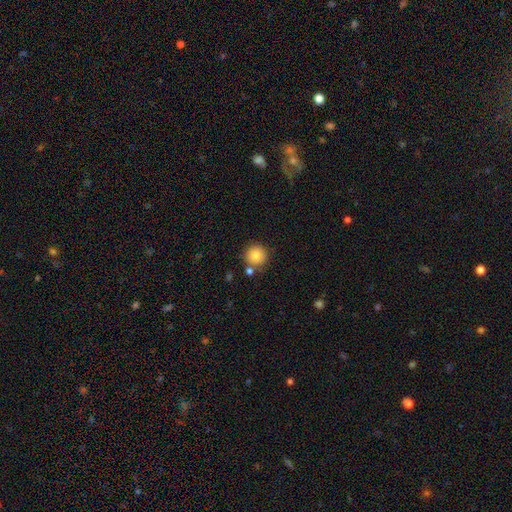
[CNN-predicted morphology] This is clearly a smooth galaxy (83%). How rounded: clearly round (95%). Merging: likely none (79%).